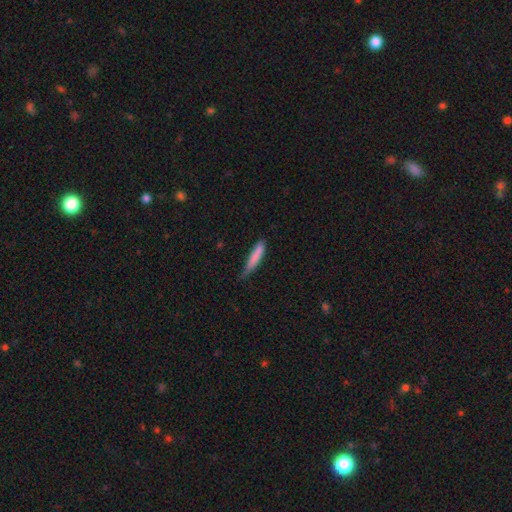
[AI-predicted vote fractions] A smooth galaxy with no disk features (80%) that is cigar-shaped (89%).

Vote fractions:
- Smooth or featured? smooth: 80% / featured or disk: 14% / star or artifact: 6%
- How rounded? cigar-shaped: 89% / in between: 10% / round: 1%
- Merging? none: 57% / minor disturbance: 35% / major disturbance: 6% / merger: 2%